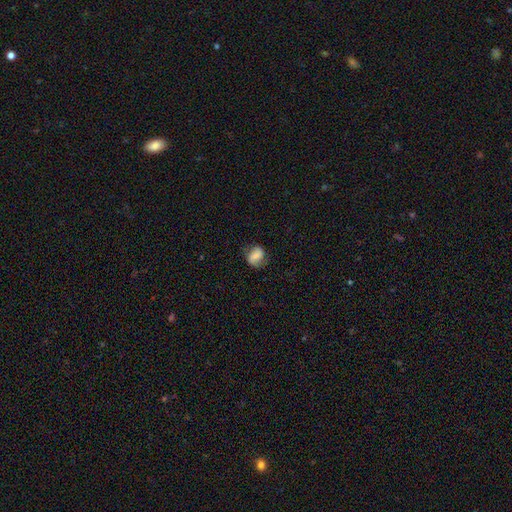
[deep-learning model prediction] This is possibly a smooth galaxy (52%). How rounded: possibly round (55%). Merging: likely none (68%).